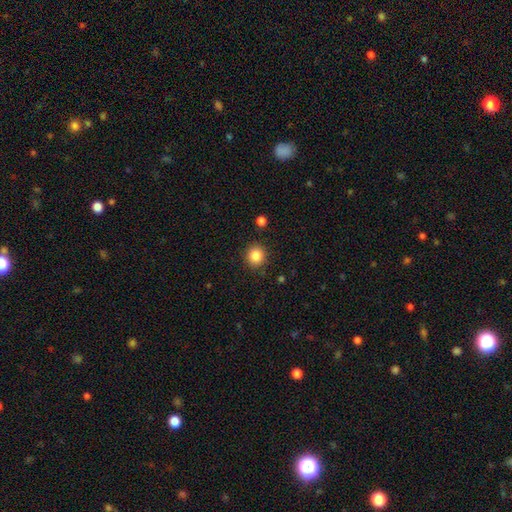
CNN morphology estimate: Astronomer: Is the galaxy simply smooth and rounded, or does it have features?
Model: smooth — 85%.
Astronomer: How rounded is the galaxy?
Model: round — 89%.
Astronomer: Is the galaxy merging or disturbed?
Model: none — 89%.